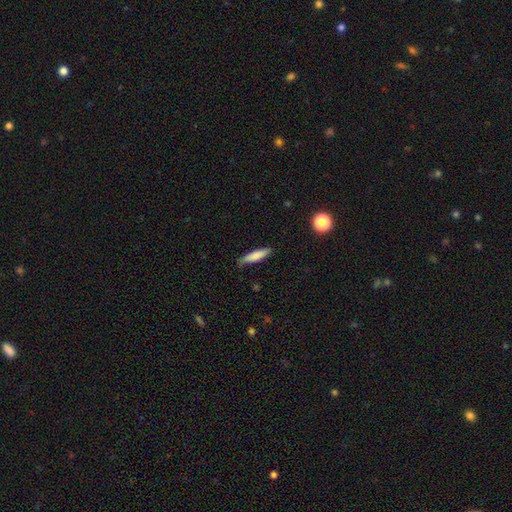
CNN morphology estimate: type=smooth (80%); roundness=cigar-shaped (79%); merging=none (79%).